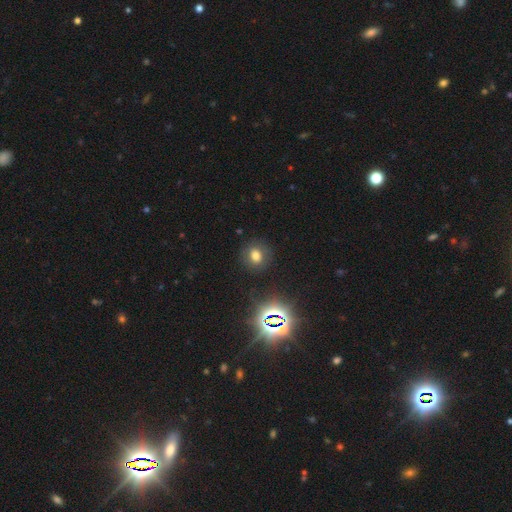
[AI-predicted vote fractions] A smooth galaxy with no disk features (67%) that is round (66%).

Vote fractions:
- Smooth or featured? smooth: 67% / star or artifact: 21% / featured or disk: 12%
- How rounded? round: 66% / in between: 33% / cigar-shaped: 1%
- Merging? none: 86% / minor disturbance: 9% / major disturbance: 4% / merger: 2%